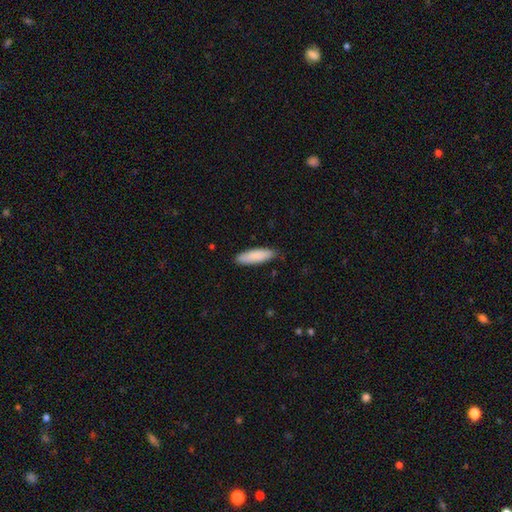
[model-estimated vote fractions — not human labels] This appears to be a smooth galaxy with no disk features (87%) that is cigar-shaped (54%). Merging: none (85%).